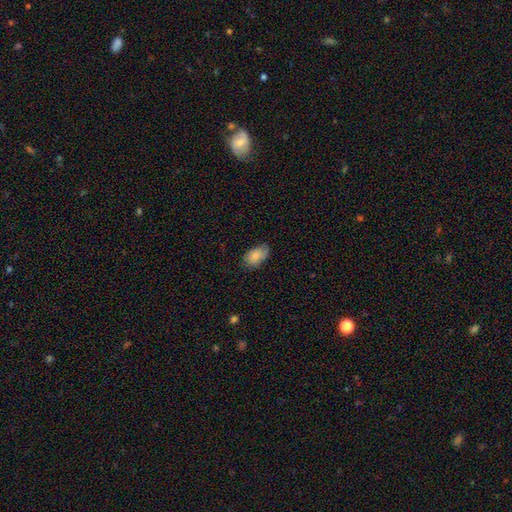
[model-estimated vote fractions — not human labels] A smooth galaxy with no disk features (81%) that is in between round and cigar-shaped (92%).

Vote fractions:
- Smooth or featured? smooth: 81% / featured or disk: 12% / star or artifact: 7%
- How rounded? in between: 92% / round: 7% / cigar-shaped: 2%
- Merging? none: 66% / minor disturbance: 27% / major disturbance: 6% / merger: 1%